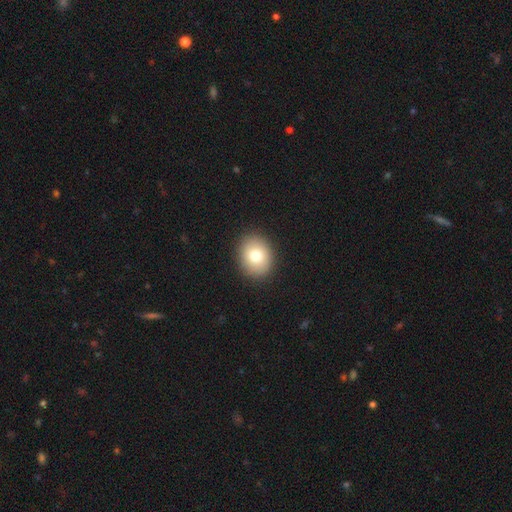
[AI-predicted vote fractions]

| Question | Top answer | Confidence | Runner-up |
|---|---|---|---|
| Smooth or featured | smooth | 78% | featured or disk (13%) |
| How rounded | round | 64% | in between (35%) |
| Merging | none | 90% | minor disturbance (7%) |